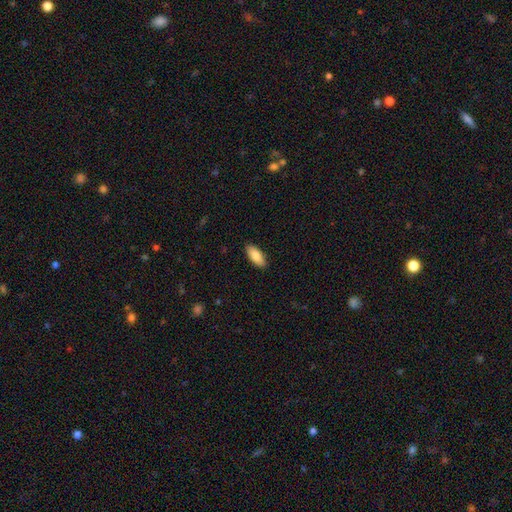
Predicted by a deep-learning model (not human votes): A smooth galaxy with no disk features (87%) that is in between round and cigar-shaped (85%).

Vote fractions:
- Smooth or featured? smooth: 87% / featured or disk: 7% / star or artifact: 6%
- How rounded? in between: 85% / cigar-shaped: 14% / round: 2%
- Merging? none: 90% / minor disturbance: 8% / major disturbance: 2% / merger: 1%